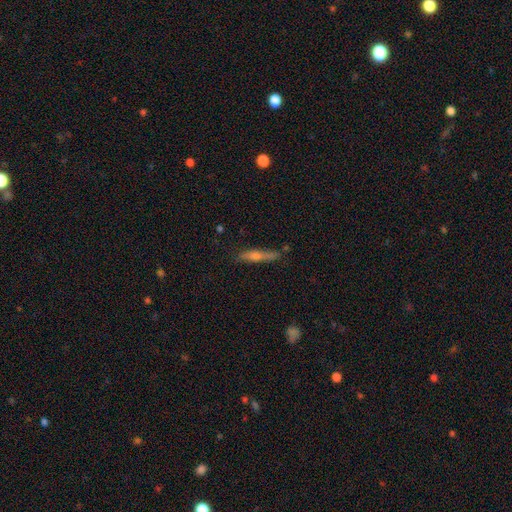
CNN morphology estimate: Overall: featured or disk (48%; smooth 43%). Merging: none (78%).